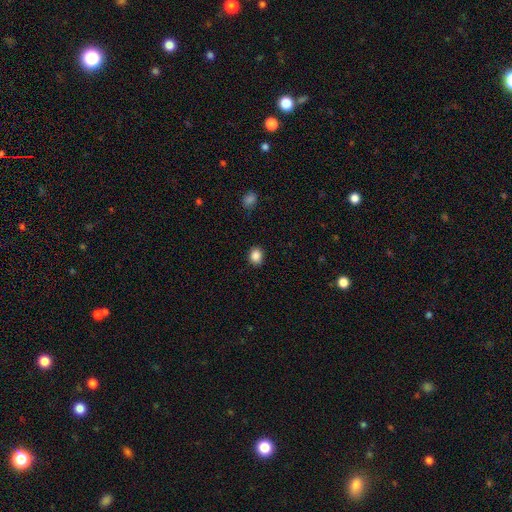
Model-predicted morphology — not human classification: This appears to be a smooth galaxy with no disk features (87%) that is round (67%). Merging: none (89%).